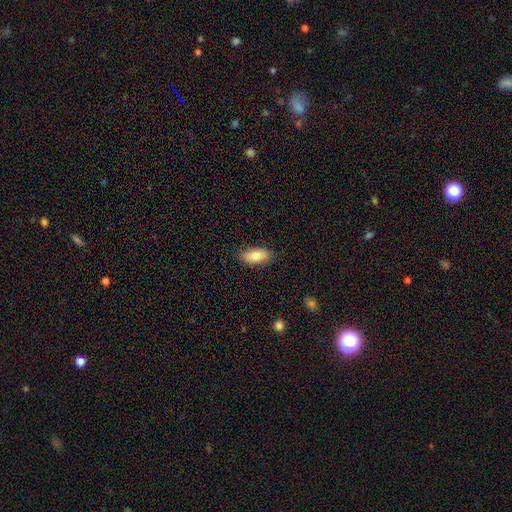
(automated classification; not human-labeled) smooth 82%, featured or disk 11%, star or artifact 7%. Down the decision tree: how rounded — in between (85%); merging — none (85%).